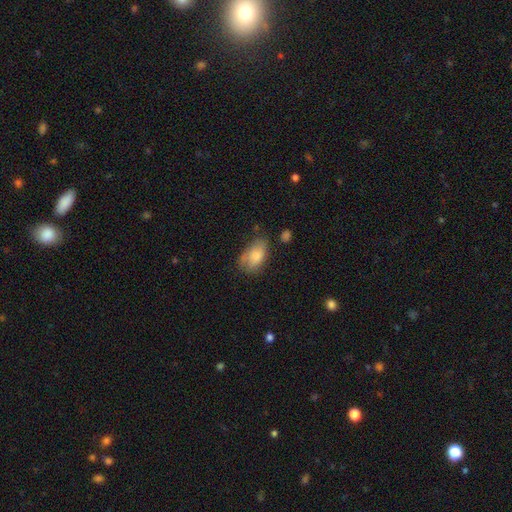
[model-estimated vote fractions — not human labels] Smooth or featured? smooth (75%)
How rounded? in between (92%)
Merging? none (50%)